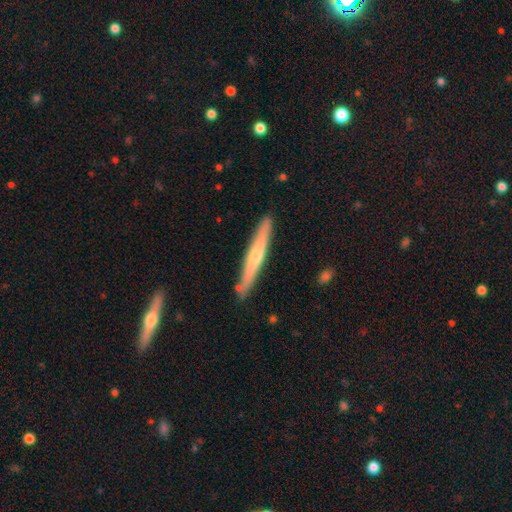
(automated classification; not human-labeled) Smooth or featured?
  - smooth: 48% *
  - featured or disk: 47%
  - star or artifact: 5%
Merging?
  - none: 86% *
  - minor disturbance: 10%
  - merger: 2%
  - major disturbance: 2%